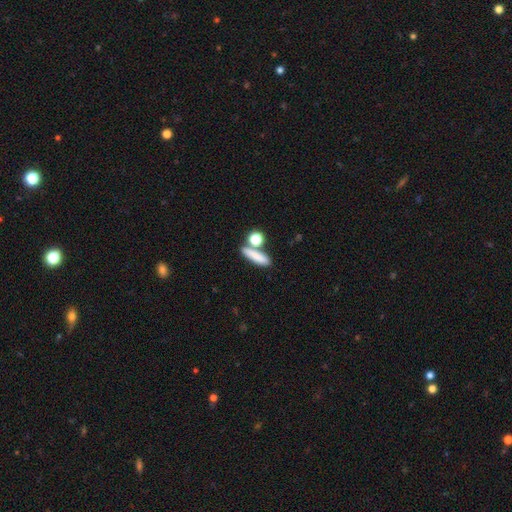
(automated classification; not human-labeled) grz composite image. It shows a smooth galaxy with no disk features (80%) that is cigar-shaped (52%). Merging: none (61%).